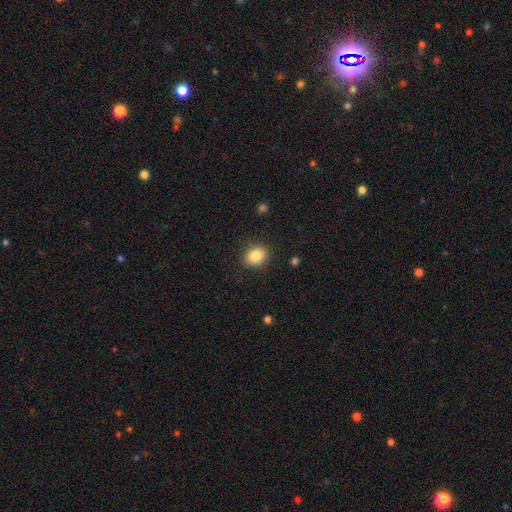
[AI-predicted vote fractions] Morphology: type=smooth (84%); roundness=round (52%); merging=none (88%).